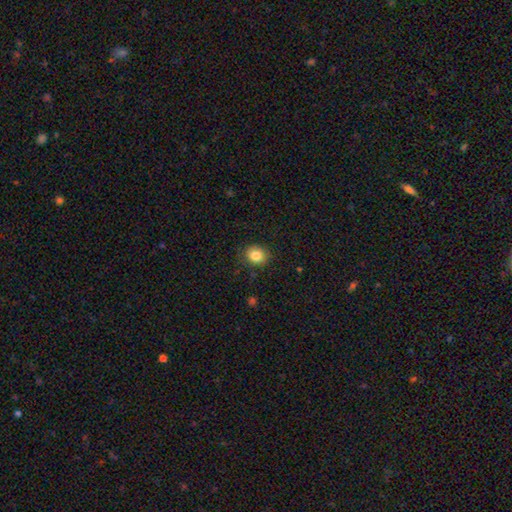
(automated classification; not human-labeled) The model was most divided on "how rounded": round: 63%, in between: 36%, cigar-shaped: 1%. More confident: merging — none (86%); smooth or featured — smooth (84%).